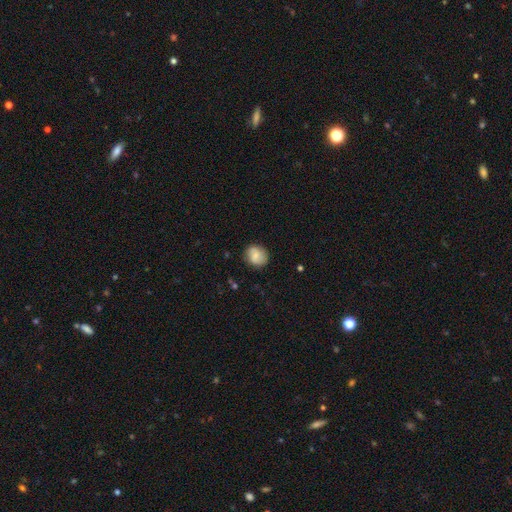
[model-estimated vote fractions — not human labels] Smooth or featured? Predicted: smooth (p=0.75). How rounded? Predicted: round (p=0.73). Merging? Predicted: none (p=0.81).